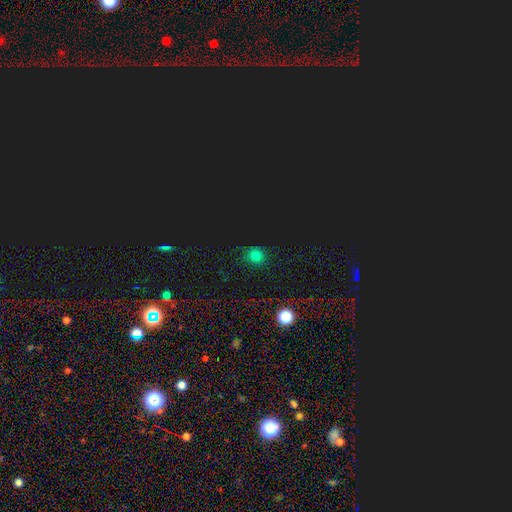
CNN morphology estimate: type=smooth (66%); roundness=round (86%); merging=none (85%).